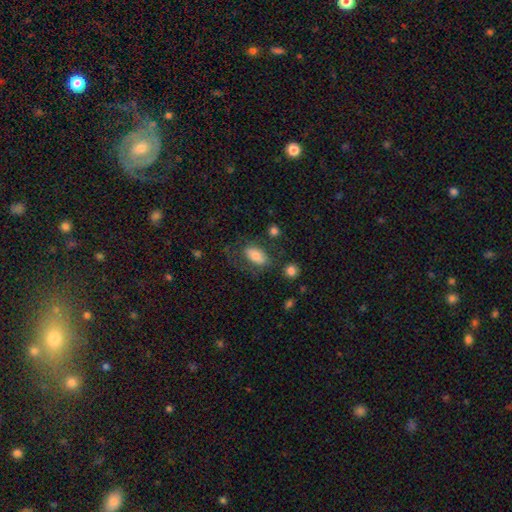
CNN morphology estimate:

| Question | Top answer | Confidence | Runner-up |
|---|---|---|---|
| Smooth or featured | smooth | 74% | featured or disk (18%) |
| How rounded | in between | 91% | round (5%) |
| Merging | none | 59% | minor disturbance (19%) |